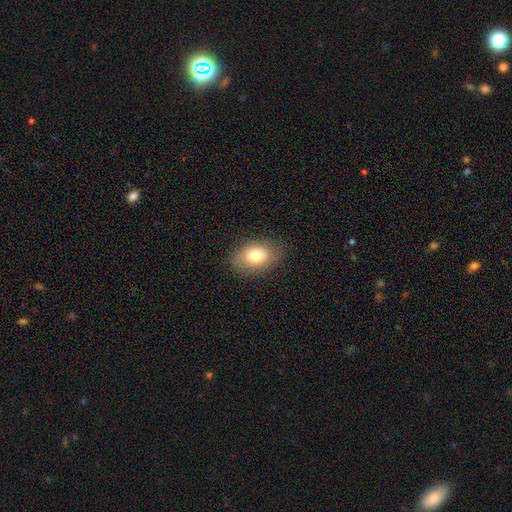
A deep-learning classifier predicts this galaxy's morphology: Smooth or featured: smooth — 78% (featured or disk — 13%)
How rounded: in between — 82% (round — 17%)
Merging: none — 83% (minor disturbance — 13%)